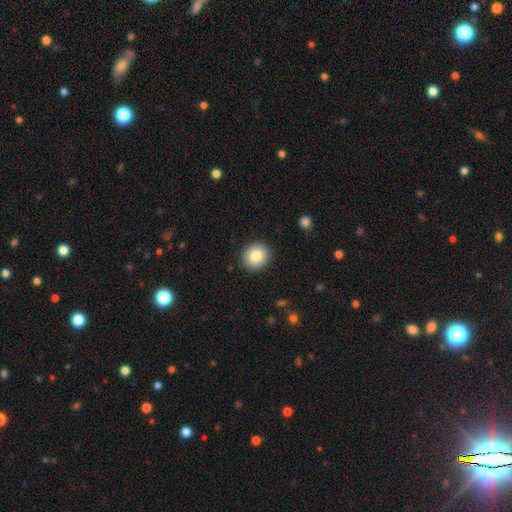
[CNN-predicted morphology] smooth 84%, featured or disk 8%, star or artifact 8%. Down the decision tree: how rounded — round (81%); merging — none (91%).